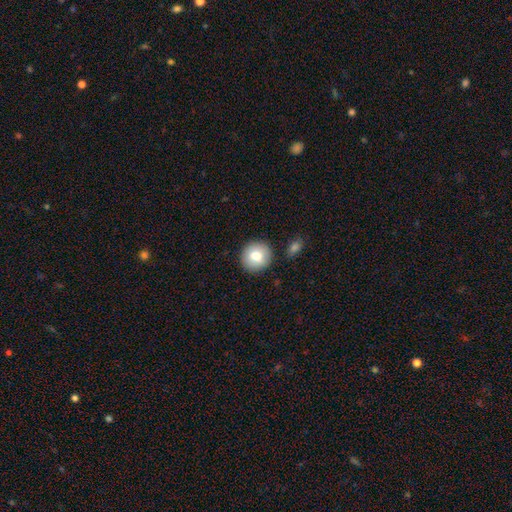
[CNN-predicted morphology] A smooth galaxy with no disk features (78%) that is round (93%). Merging: none (87%).